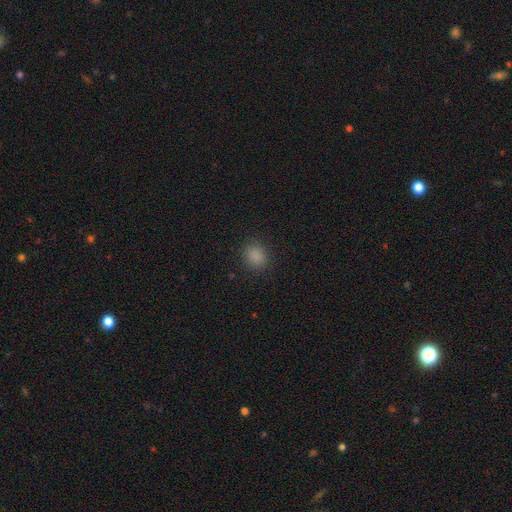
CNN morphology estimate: Overall: smooth (85%). How rounded: round (64%; in between 35%). Merging: none (87%).